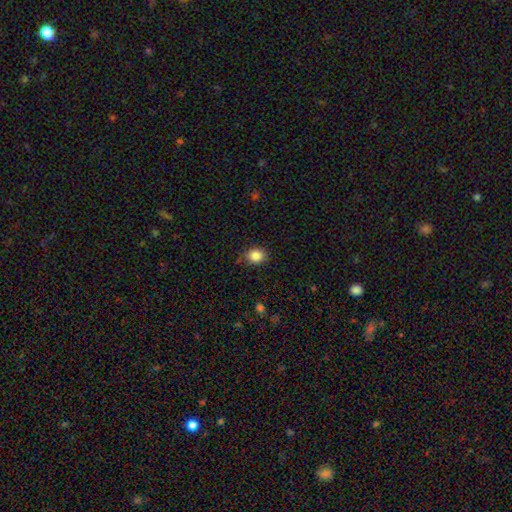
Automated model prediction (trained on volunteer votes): This is clearly a smooth galaxy (86%). How rounded: possibly round (55%). Merging: clearly none (82%).